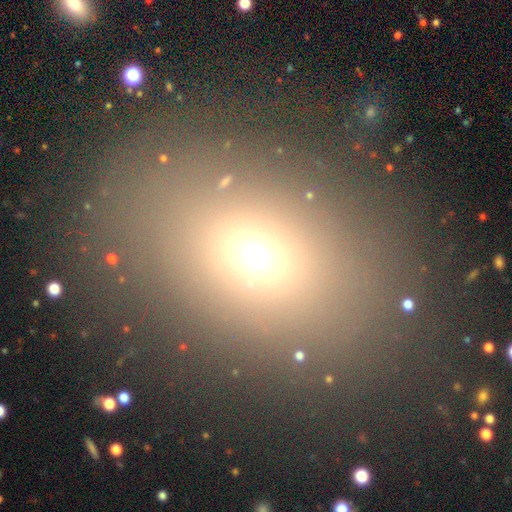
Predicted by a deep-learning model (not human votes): This is likely a smooth galaxy (66%). How rounded: likely in between (66%). Merging: likely none (80%).